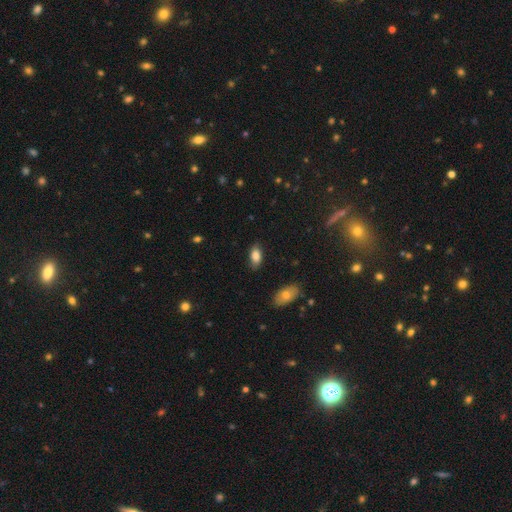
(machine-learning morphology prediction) smooth-or-featured: smooth: 84% | featured or disk: 9% | star or artifact: 7%
  how-rounded: in between: 92% | cigar-shaped: 5% | round: 4%
  merging: none: 84% | minor disturbance: 12% | major disturbance: 3% | merger: 1%